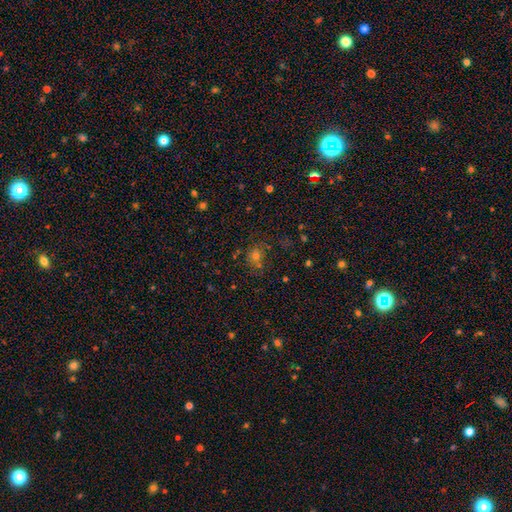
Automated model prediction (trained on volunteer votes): The model was most divided on "smooth or featured": smooth: 64%, star or artifact: 26%, featured or disk: 10%. More confident: how rounded — round (70%); merging — none (63%).